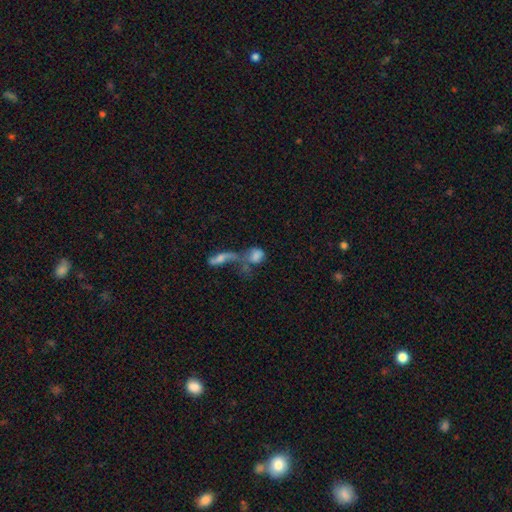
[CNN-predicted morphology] smooth 65%, featured or disk 23%, star or artifact 12%. Down the decision tree: how rounded — in between (65%); merging — merger (65%).